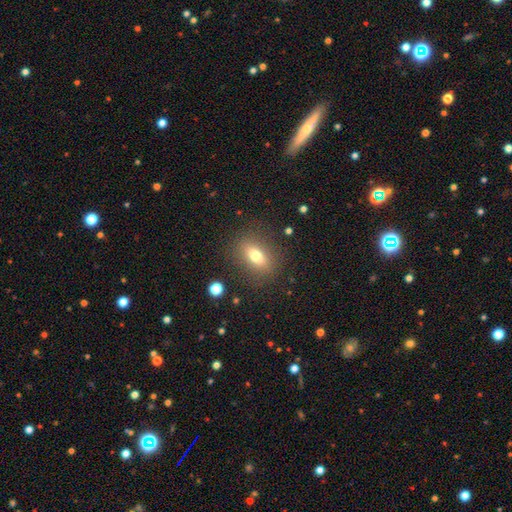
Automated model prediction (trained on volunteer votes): Smooth or featured? Predicted: smooth (p=0.72). How rounded? Predicted: in between (p=0.74). Merging? Predicted: none (p=0.82).